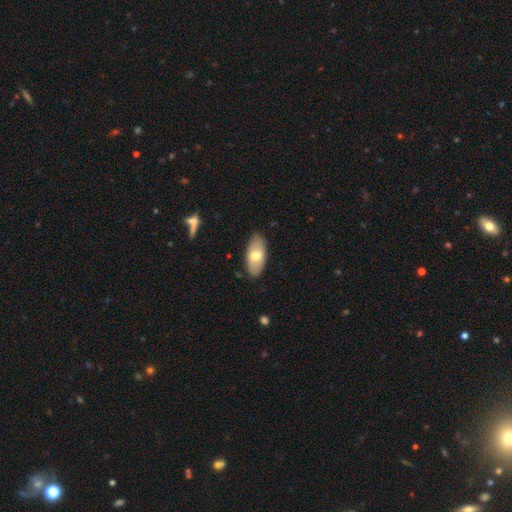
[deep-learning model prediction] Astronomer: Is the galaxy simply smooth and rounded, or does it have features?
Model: smooth — 66%.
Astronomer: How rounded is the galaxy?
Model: in between — 92%.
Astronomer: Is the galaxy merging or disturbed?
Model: none — 85%.